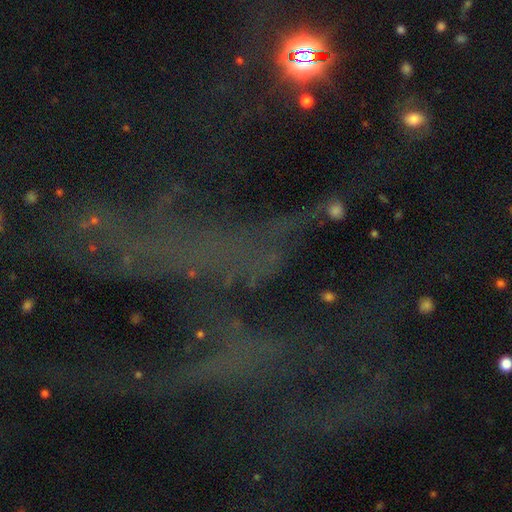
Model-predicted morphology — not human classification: A star or artifact, not a galaxy (70%).

Vote fractions:
- Smooth or featured? star or artifact: 70% / featured or disk: 17% / smooth: 13%